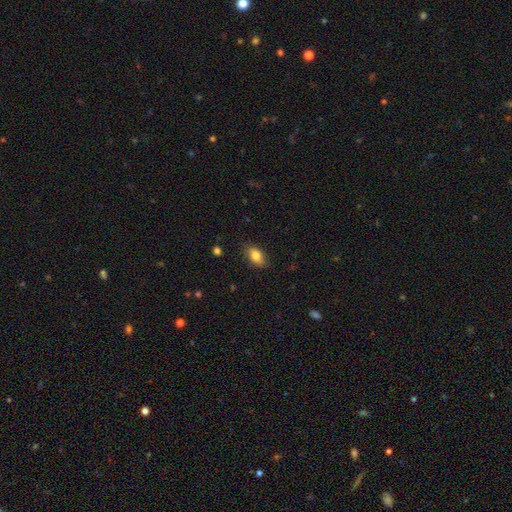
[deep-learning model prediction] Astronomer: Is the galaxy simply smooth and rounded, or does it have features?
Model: smooth — 81%.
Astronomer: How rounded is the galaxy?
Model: in between — 87%.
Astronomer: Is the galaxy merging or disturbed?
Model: none — 79%.